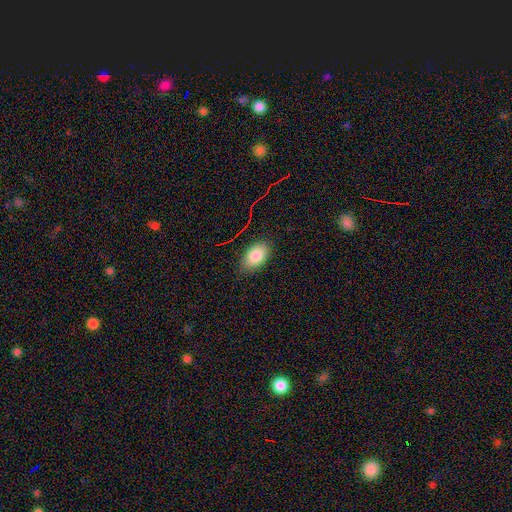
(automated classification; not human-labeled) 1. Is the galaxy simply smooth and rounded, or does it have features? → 83% smooth, 8% star or artifact, 8% featured or disk.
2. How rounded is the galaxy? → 91% in between, 7% round, 2% cigar-shaped.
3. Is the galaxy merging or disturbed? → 84% none, 12% minor disturbance, 3% major disturbance, 1% merger.